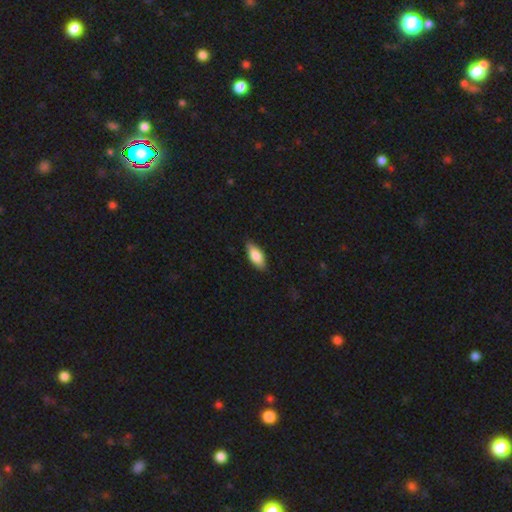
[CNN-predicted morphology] smooth-or-featured: smooth: 79% | featured or disk: 15% | star or artifact: 6%
  how-rounded: in between: 80% | cigar-shaped: 18% | round: 2%
  merging: none: 86% | minor disturbance: 11% | major disturbance: 2% | merger: 1%